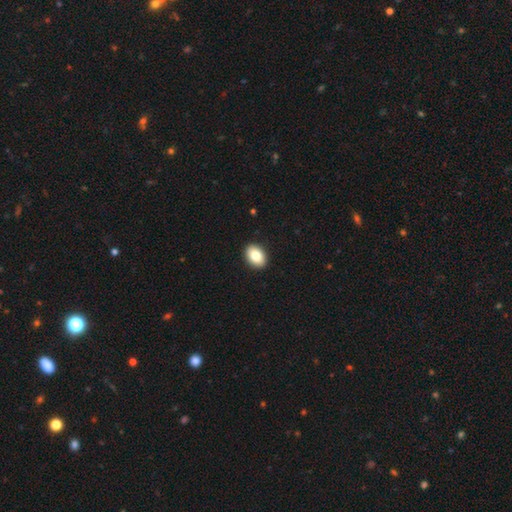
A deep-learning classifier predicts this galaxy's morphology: The model was most divided on "how rounded": in between: 79%, round: 19%, cigar-shaped: 1%. More confident: merging — none (92%); smooth or featured — smooth (83%).